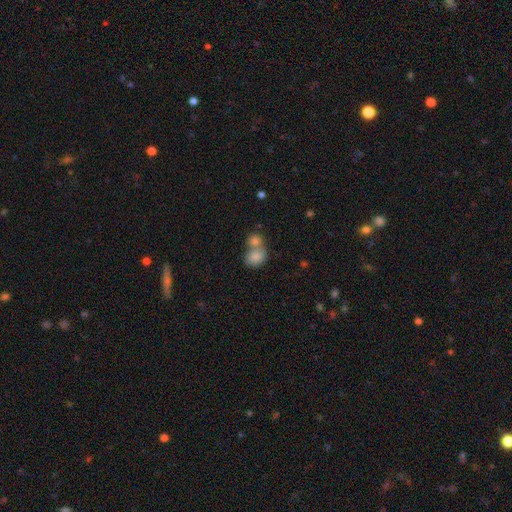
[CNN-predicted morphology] A smooth galaxy with no disk features (82%) that is round (53%). Merging: merger (60%).